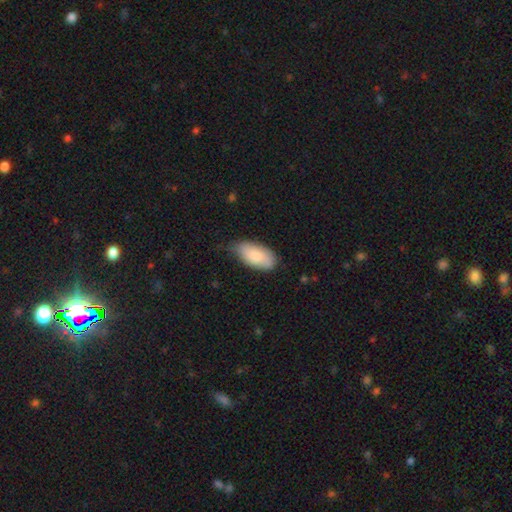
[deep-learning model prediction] A smooth galaxy with no disk features (83%) that is in between round and cigar-shaped (94%).

Vote fractions:
- Smooth or featured? smooth: 83% / featured or disk: 12% / star or artifact: 5%
- How rounded? in between: 94% / cigar-shaped: 4% / round: 2%
- Merging? none: 56% / minor disturbance: 36% / major disturbance: 6% / merger: 2%